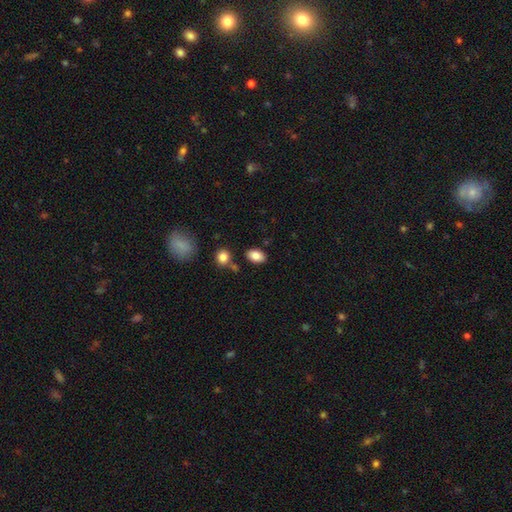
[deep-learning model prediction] Smooth or featured? smooth (84%)
How rounded? in between (89%)
Merging? none (80%)